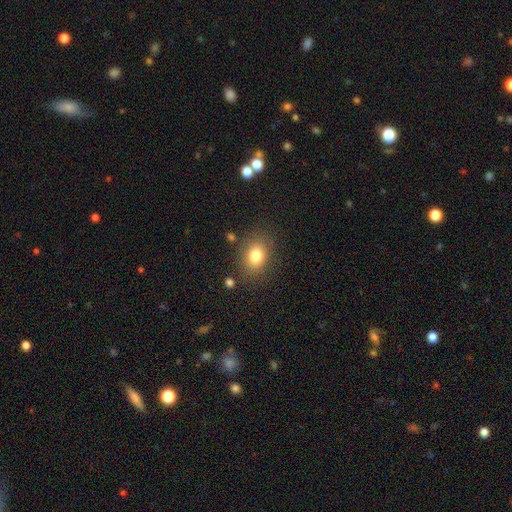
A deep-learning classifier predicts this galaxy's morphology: smooth_or_featured: smooth (p=0.79) [alt: star or artifact p=0.11]
how_rounded: in between (p=0.61) [alt: round p=0.38]
merging: none (p=0.81) [alt: minor disturbance p=0.12]